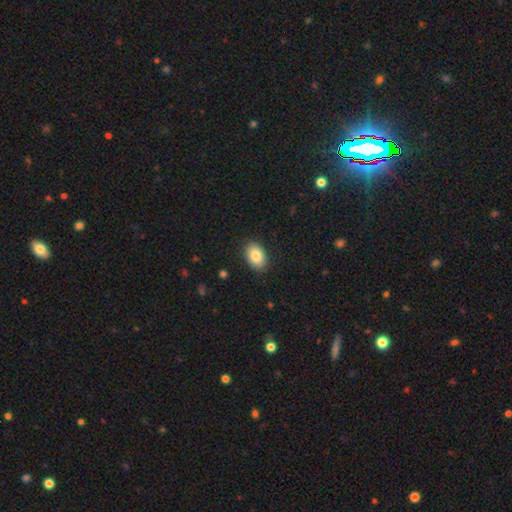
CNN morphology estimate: type=smooth (85%); roundness=in between (90%); merging=none (89%).